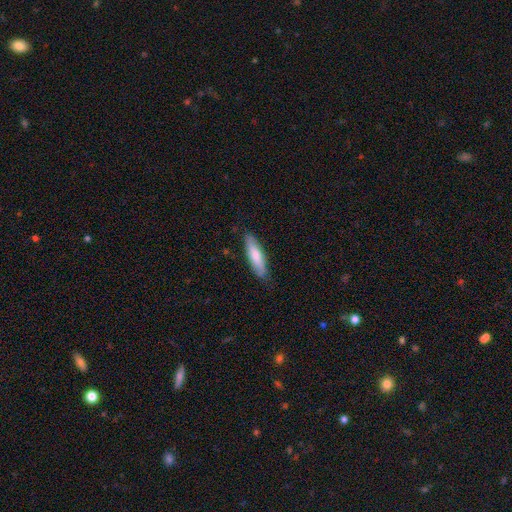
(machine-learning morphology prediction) The model was most divided on "how rounded": cigar-shaped: 68%, in between: 30%, round: 1%. More confident: merging — none (83%); smooth or featured — smooth (74%).